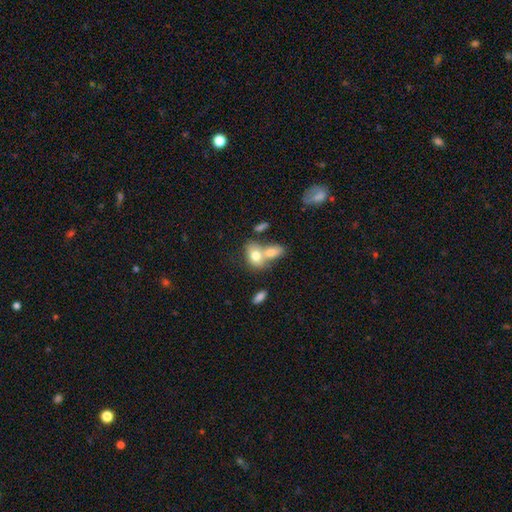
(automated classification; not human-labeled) smooth-or-featured: smooth: 74% | featured or disk: 18% | star or artifact: 8%
  how-rounded: in between: 77% | round: 21% | cigar-shaped: 2%
  merging: merger: 58% | none: 28% | minor disturbance: 9% | major disturbance: 5%